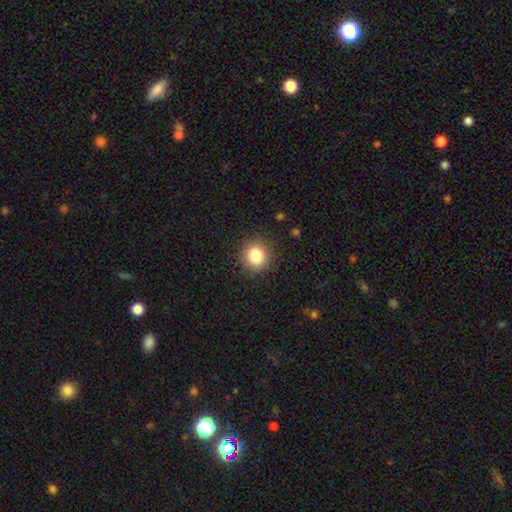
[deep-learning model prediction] A smooth galaxy with no disk features (83%) that is round (92%). Merging: none (90%).